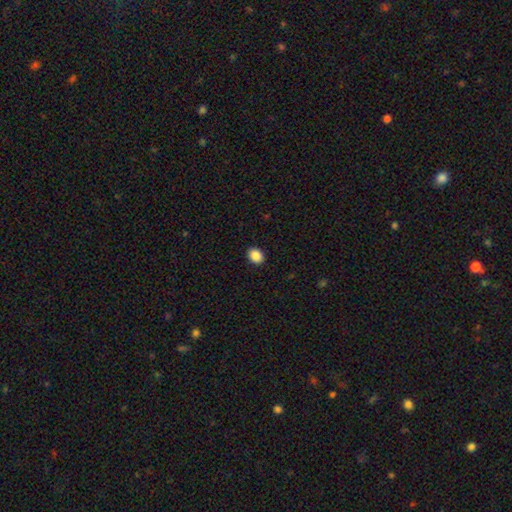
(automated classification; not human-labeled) smooth-or-featured: smooth: 89% | star or artifact: 8% | featured or disk: 3%
  how-rounded: in between: 54% | round: 45% | cigar-shaped: 1%
  merging: none: 91% | minor disturbance: 6% | major disturbance: 2% | merger: 1%